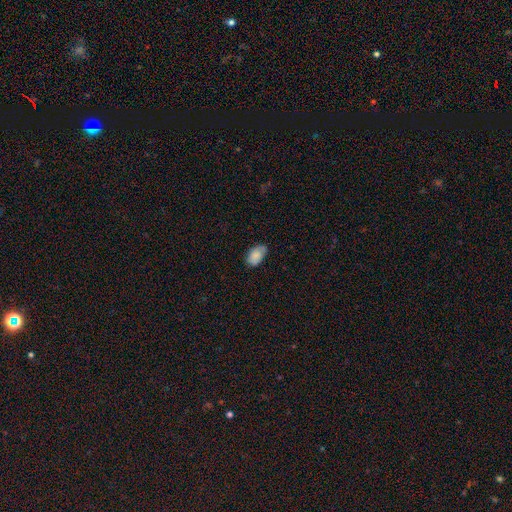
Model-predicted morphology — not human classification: The model was most divided on "merging": none: 67%, minor disturbance: 27%, major disturbance: 5%, merger: 2%. More confident: how rounded — in between (93%); smooth or featured — smooth (81%).